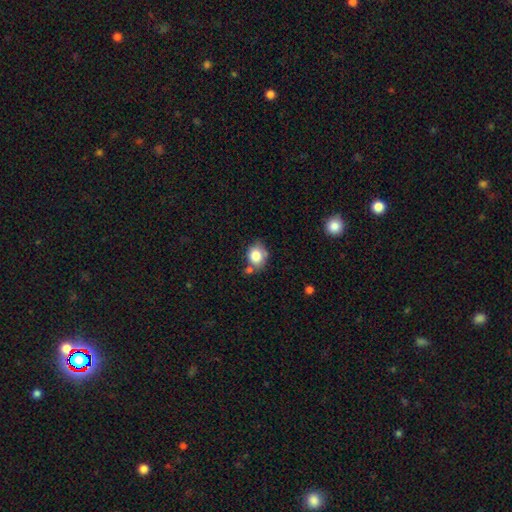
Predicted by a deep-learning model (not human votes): A smooth galaxy with no disk features (80%) that is round (56%).

Vote fractions:
- Smooth or featured? smooth: 80% / featured or disk: 11% / star or artifact: 9%
- How rounded? round: 56% / in between: 43% / cigar-shaped: 1%
- Merging? none: 55% / minor disturbance: 23% / merger: 15% / major disturbance: 7%